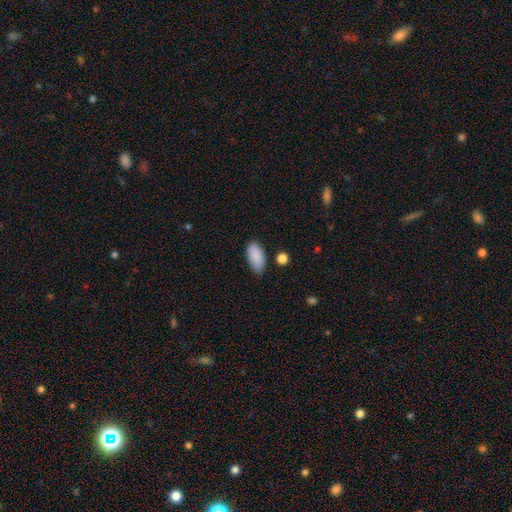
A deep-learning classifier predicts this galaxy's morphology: smooth 89%, star or artifact 7%, featured or disk 5%. Down the decision tree: how rounded — in between (91%); merging — none (76%).